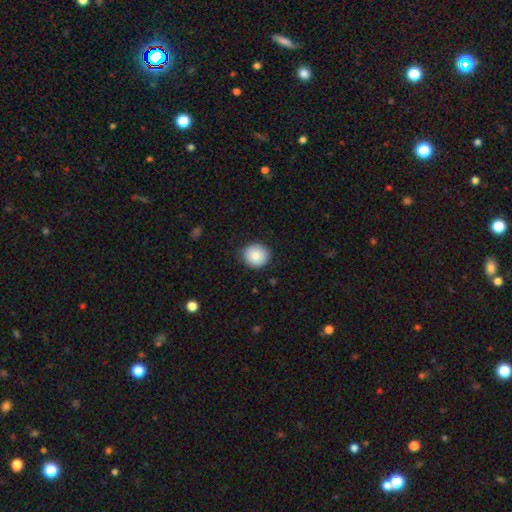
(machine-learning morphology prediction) smooth-or-featured: smooth: 89% | star or artifact: 8% | featured or disk: 4%
  how-rounded: round: 88% | in between: 11% | cigar-shaped: 1%
  merging: none: 89% | minor disturbance: 8% | major disturbance: 2% | merger: 1%